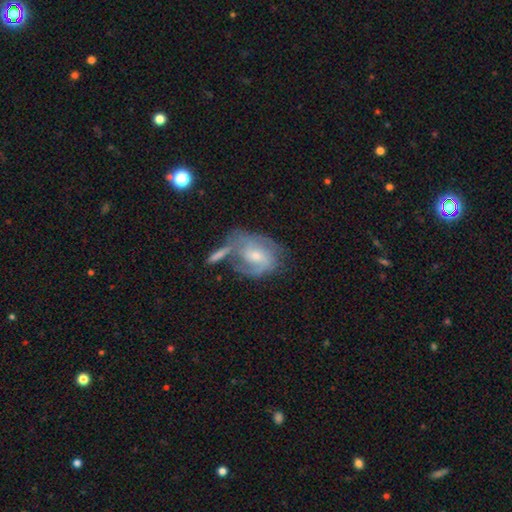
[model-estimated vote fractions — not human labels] Smooth or featured: featured or disk — 75% (smooth — 18%)
Edge-on disk: no — 96% (yes — 4%)
Bar: weak — 46% (no — 42%)
Spiral arms: yes — 88% (no — 12%)
Spiral winding: medium — 43% (tight — 40%)
Spiral arm count: 2 — 54% (can't tell — 26%)
Bulge size: small — 49% (moderate — 45%)
Merging: none — 39% (merger — 23%)